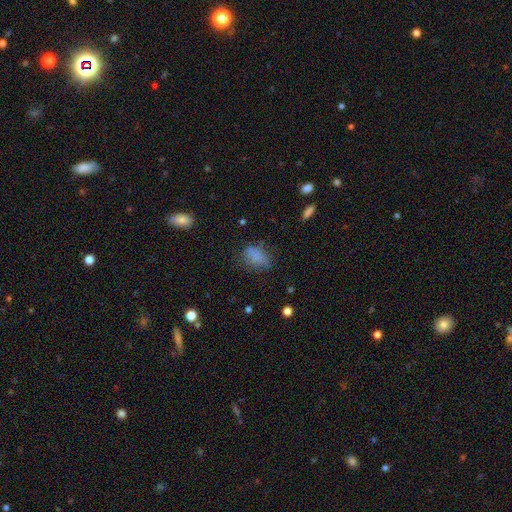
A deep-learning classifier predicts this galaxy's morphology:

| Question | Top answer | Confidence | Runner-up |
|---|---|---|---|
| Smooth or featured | smooth | 77% | star or artifact (13%) |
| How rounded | in between | 84% | round (12%) |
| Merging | none | 55% | minor disturbance (27%) |